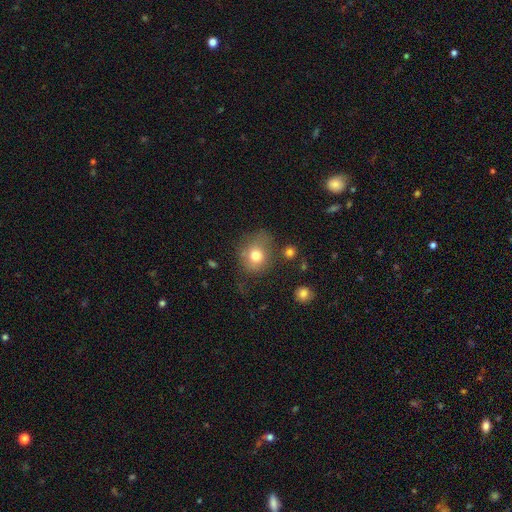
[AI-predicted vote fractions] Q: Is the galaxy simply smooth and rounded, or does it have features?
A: smooth — 76%.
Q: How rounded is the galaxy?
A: round — 66%.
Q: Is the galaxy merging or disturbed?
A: none — 53%.